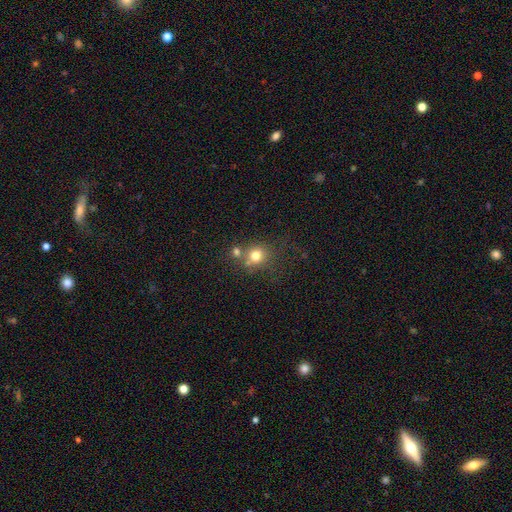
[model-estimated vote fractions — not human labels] Morphology: type=smooth (75%); roundness=round (85%); merging=none (58%).